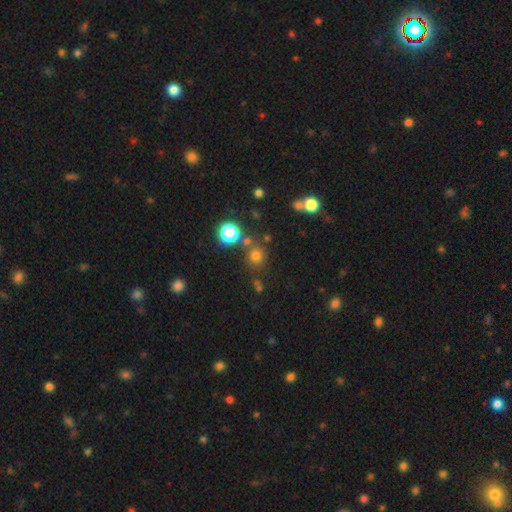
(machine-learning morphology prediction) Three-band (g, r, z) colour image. It shows a smooth galaxy with no disk features (69%) that is round (88%). Merging: none (77%).